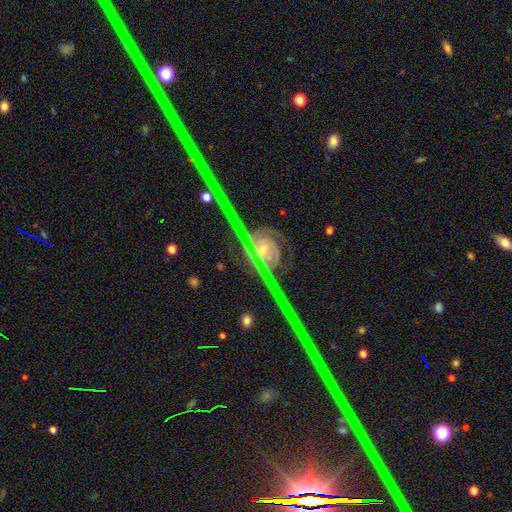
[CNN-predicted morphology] A star or artifact, not a galaxy (54%).

Vote fractions:
- Smooth or featured? star or artifact: 54% / featured or disk: 39% / smooth: 7%